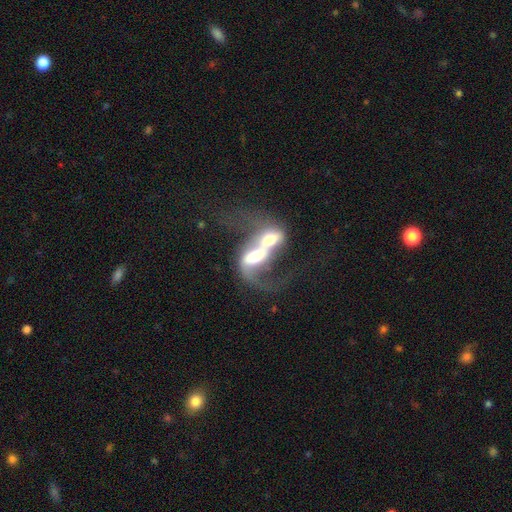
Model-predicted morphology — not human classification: A featured or disk galaxy (67%) with no bar (42%), spiral arms (73%) and a moderate central bulge (44%). Merging: merger (81%).